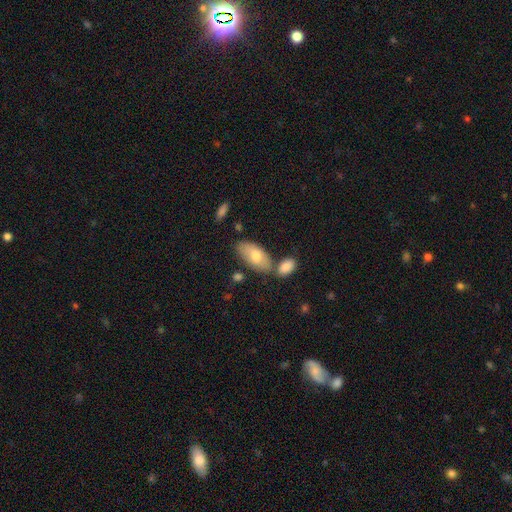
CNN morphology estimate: A smooth galaxy with no disk features (73%) that is in between round and cigar-shaped (92%). Merging: none (63%).